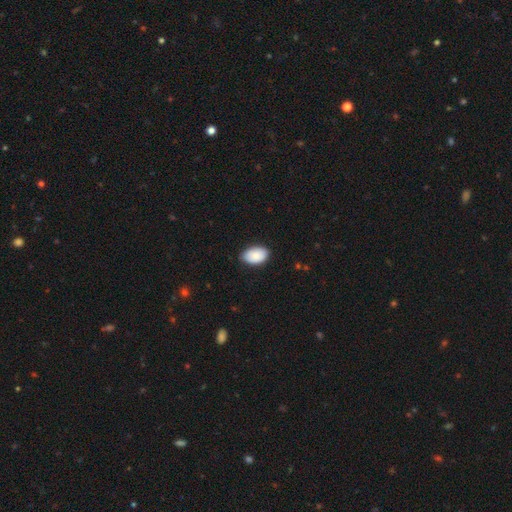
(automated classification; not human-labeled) The model was most divided on "merging": none: 82%, minor disturbance: 15%, major disturbance: 2%, merger: 1%. More confident: how rounded — in between (93%); smooth or featured — smooth (89%).